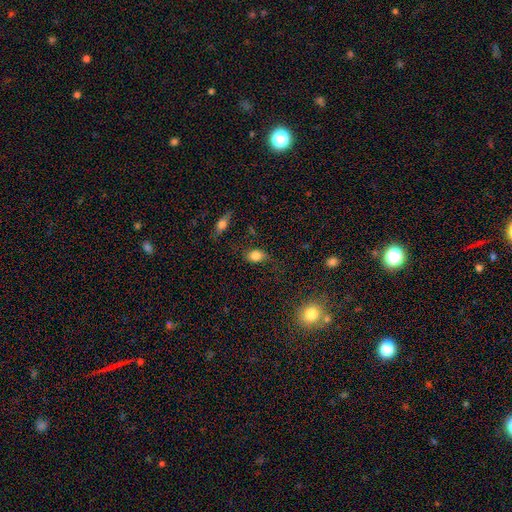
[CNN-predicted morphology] This is clearly a smooth galaxy (82%). How rounded: likely in between (74%). Merging: likely none (65%).